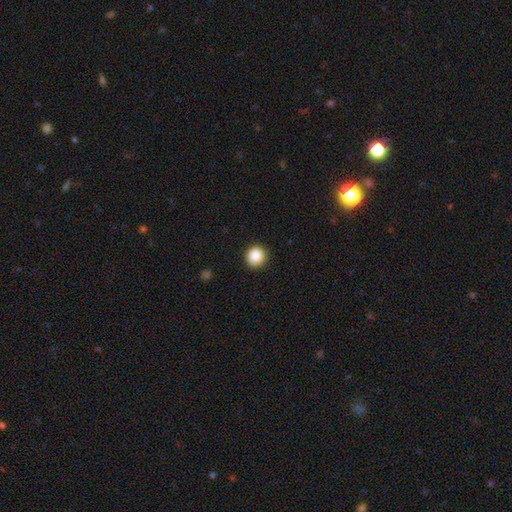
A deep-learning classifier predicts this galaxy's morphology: This appears to be a smooth galaxy with no disk features (88%) that is round (93%). Merging: none (91%).